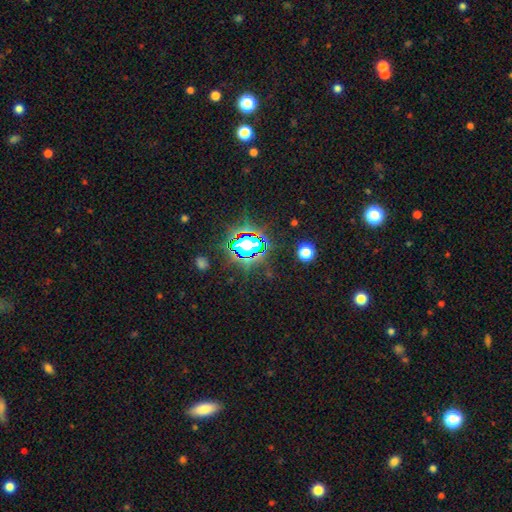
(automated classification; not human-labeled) Morphology: type=star or artifact (80%).